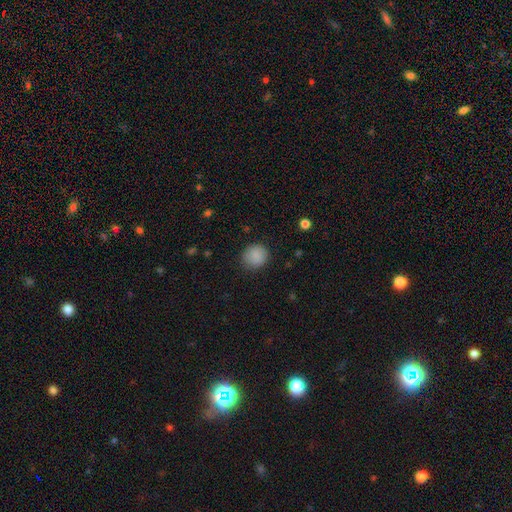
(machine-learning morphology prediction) Q: Smooth or featured?
A: smooth (88%); runner-up: star or artifact (8%)
Q: How rounded?
A: round (85%); runner-up: in between (14%)
Q: Merging?
A: none (86%); runner-up: minor disturbance (10%)